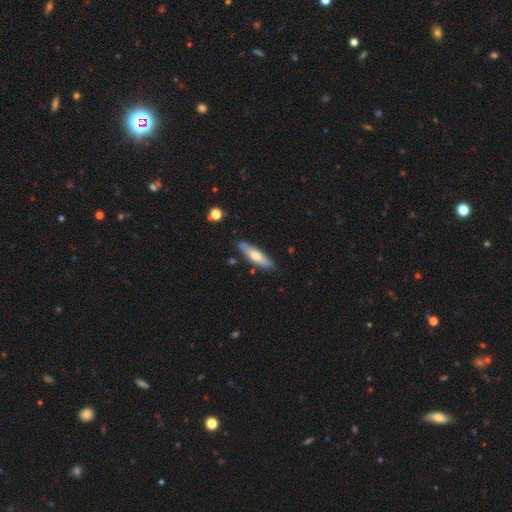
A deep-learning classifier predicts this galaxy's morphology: This is possibly a smooth galaxy (57%). How rounded: likely cigar-shaped (69%). Merging: clearly none (85%).